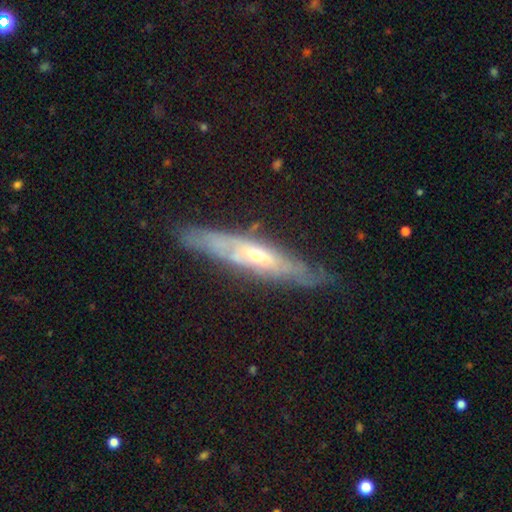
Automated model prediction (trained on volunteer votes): Q: Smooth or featured?
A: featured or disk (77%); runner-up: smooth (17%)
Q: Edge-on disk?
A: yes (60%); runner-up: no (40%)
Q: Merging?
A: none (79%); runner-up: minor disturbance (16%)